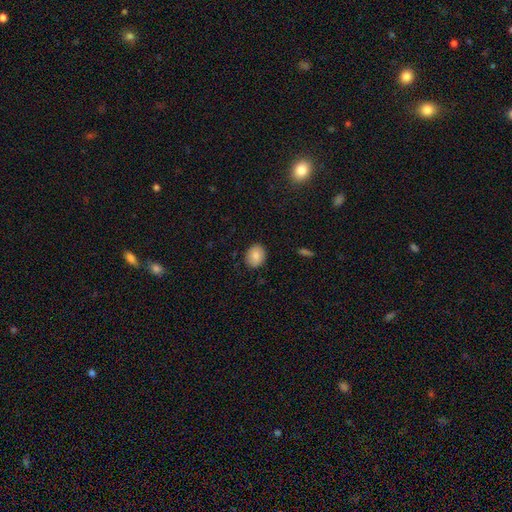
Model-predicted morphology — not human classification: A smooth galaxy with no disk features (85%) that is round (55%). Merging: none (86%).